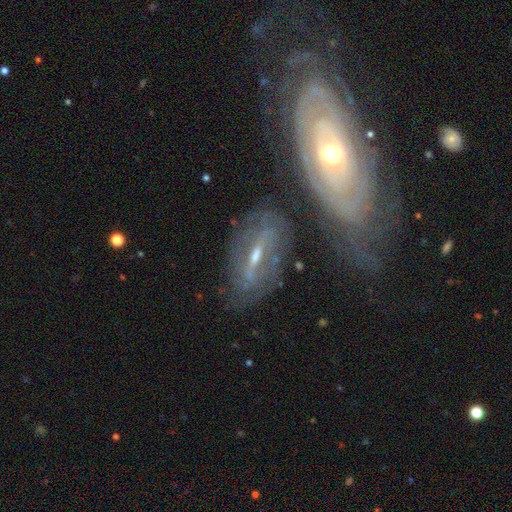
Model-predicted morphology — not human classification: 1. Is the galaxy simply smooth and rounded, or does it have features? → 78% featured or disk, 14% smooth, 8% star or artifact.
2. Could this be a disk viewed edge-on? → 76% no, 24% yes.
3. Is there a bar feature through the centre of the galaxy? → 54% strong, 31% weak, 15% no.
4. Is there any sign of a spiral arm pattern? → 70% yes, 30% no.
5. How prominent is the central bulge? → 47% small, 44% moderate, 4% none, 3% large, 1% dominant.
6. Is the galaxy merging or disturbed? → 60% none, 20% minor disturbance, 12% major disturbance, 8% merger.